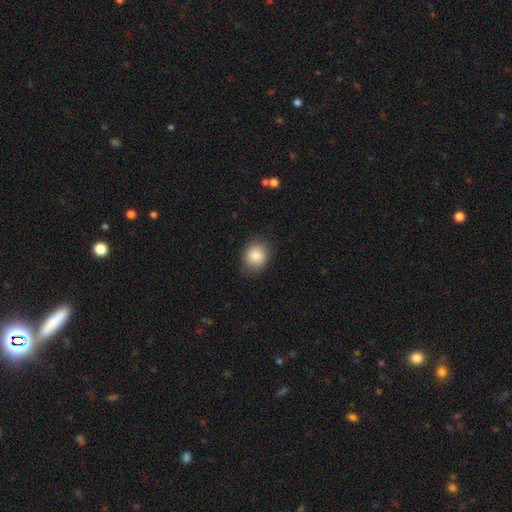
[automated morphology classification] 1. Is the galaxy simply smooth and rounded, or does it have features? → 86% smooth, 8% star or artifact, 6% featured or disk.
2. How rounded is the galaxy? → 63% round, 36% in between, 1% cigar-shaped.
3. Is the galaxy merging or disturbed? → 79% none, 16% minor disturbance, 4% major disturbance, 1% merger.